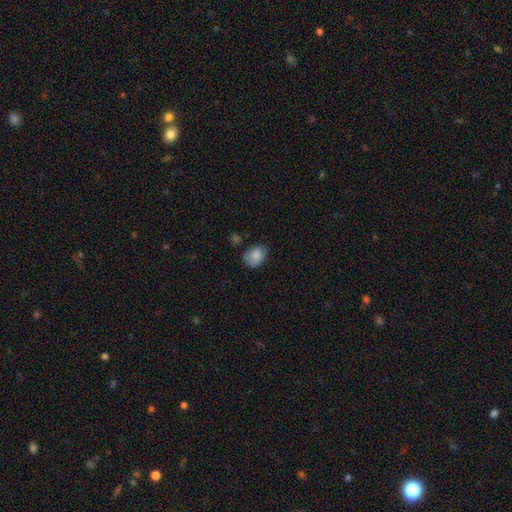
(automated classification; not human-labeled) smooth_or_featured: smooth (p=0.84) [alt: star or artifact p=0.08]
how_rounded: in between (p=0.70) [alt: round p=0.29]
merging: none (p=0.60) [alt: minor disturbance p=0.30]